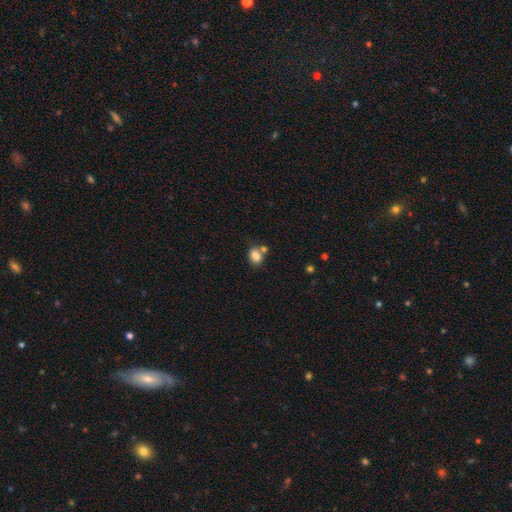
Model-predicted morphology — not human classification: smooth 82%, star or artifact 10%, featured or disk 8%. Down the decision tree: how rounded — in between (60%); merging — none (53%).